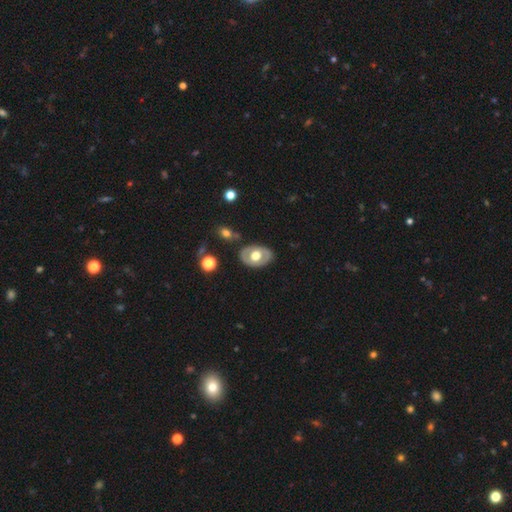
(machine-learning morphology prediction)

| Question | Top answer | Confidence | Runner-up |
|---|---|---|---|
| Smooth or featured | featured or disk | 50% | smooth (45%) |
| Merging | none | 80% | minor disturbance (13%) |